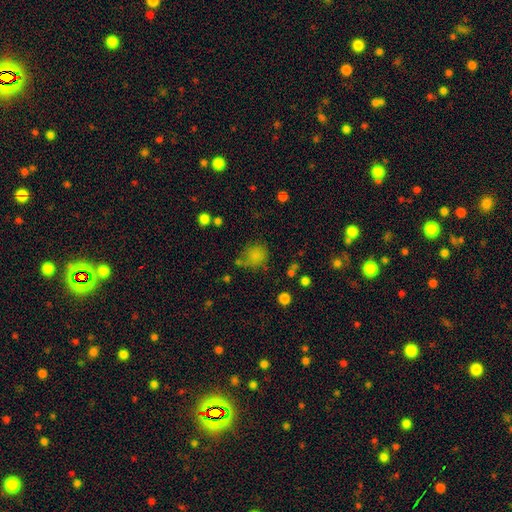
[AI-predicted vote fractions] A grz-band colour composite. It shows a smooth galaxy with no disk features (77%) that is round (72%). Merging: none (55%).